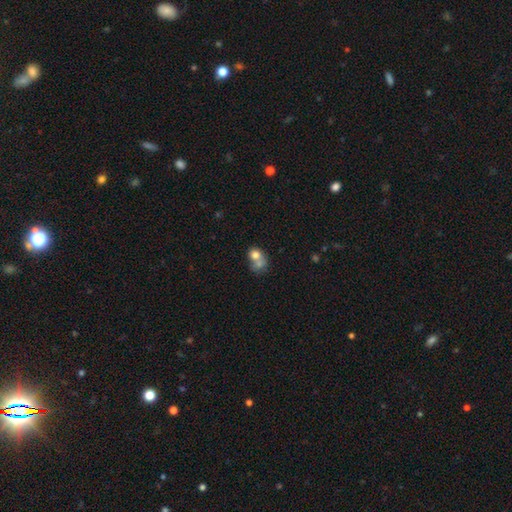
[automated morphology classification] smooth 70%, featured or disk 19%, star or artifact 11%. Down the decision tree: how rounded — round (56%); merging — merger (60%).